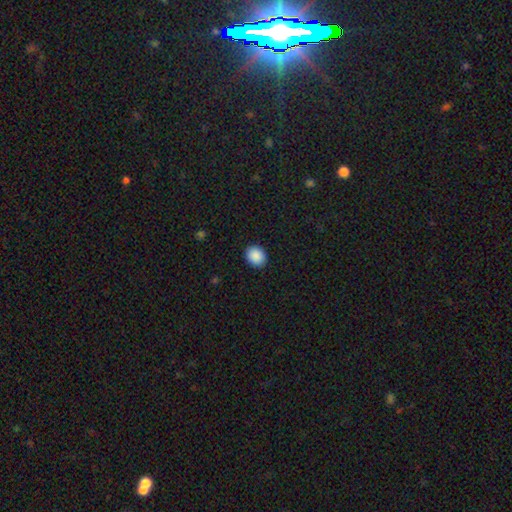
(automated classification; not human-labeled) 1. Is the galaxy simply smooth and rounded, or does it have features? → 90% smooth, 8% star or artifact, 3% featured or disk.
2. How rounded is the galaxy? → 56% round, 43% in between, 1% cigar-shaped.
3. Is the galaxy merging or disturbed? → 91% none, 6% minor disturbance, 2% major disturbance, 1% merger.